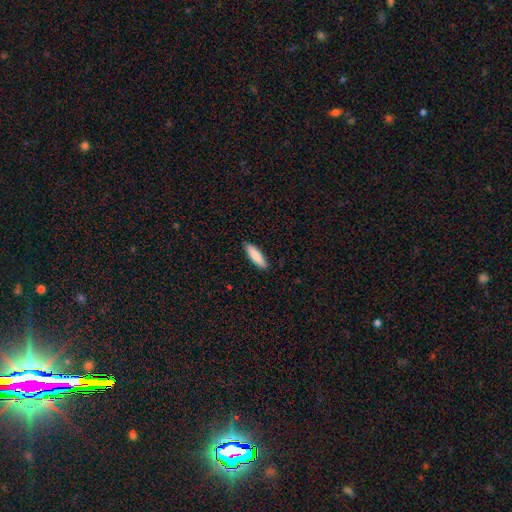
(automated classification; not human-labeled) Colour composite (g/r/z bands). It shows a smooth galaxy with no disk features (86%) that is cigar-shaped (58%). Merging: none (89%).